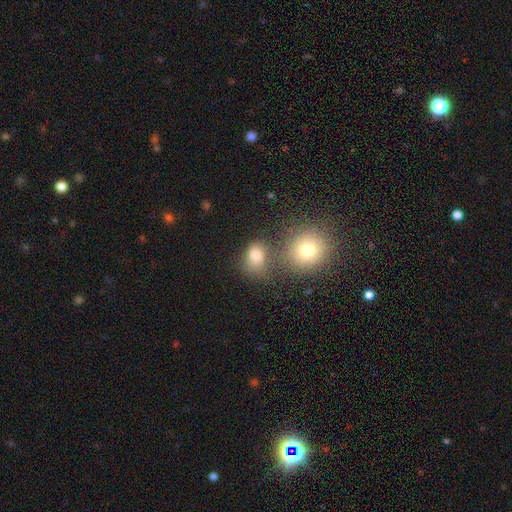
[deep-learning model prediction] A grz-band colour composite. It shows a smooth galaxy with no disk features (77%) that is in between round and cigar-shaped (52%). Merging: none (54%).